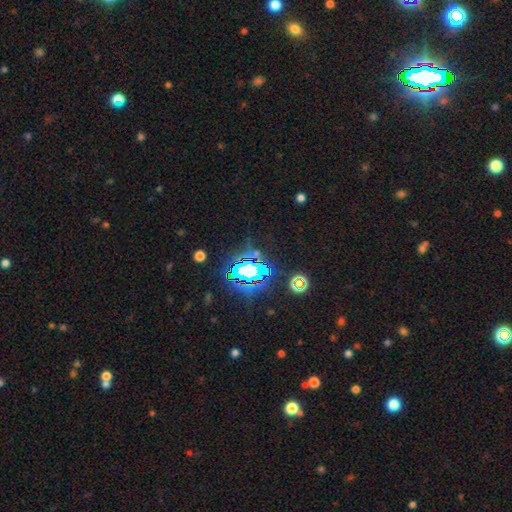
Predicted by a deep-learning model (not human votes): smooth-or-featured: star or artifact: 75% | smooth: 15% | featured or disk: 10%